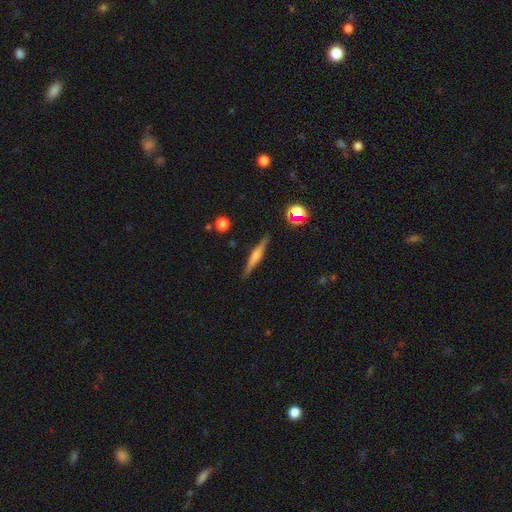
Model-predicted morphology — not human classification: featured or disk 62%, smooth 31%, star or artifact 7%. Down the decision tree: edge-on disk — yes (98%); edge-on bulge — rounded (70%); merging — none (89%).